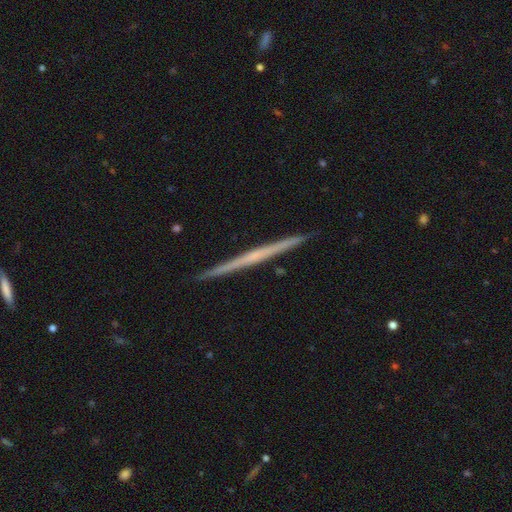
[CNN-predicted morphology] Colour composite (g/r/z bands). It shows a featured or disk galaxy (68%) viewed edge-on (98%) with no central bulge (81%). Merging: none (93%).